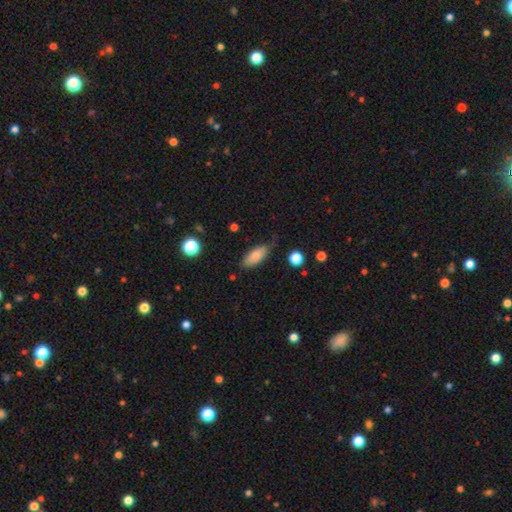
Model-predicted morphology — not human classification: Smooth or featured?
  - smooth: 81% *
  - featured or disk: 12%
  - star or artifact: 7%
How rounded?
  - in between: 81% *
  - cigar-shaped: 17%
  - round: 2%
Merging?
  - none: 66% *
  - minor disturbance: 26%
  - major disturbance: 6%
  - merger: 2%